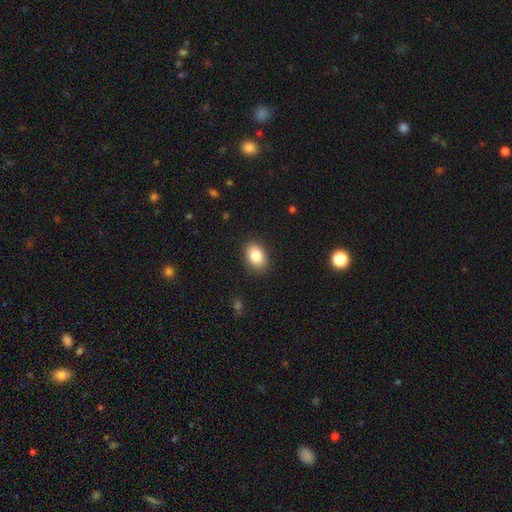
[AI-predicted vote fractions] The model was most divided on "how rounded": in between: 84%, round: 15%, cigar-shaped: 1%. More confident: merging — none (89%); smooth or featured — smooth (85%).